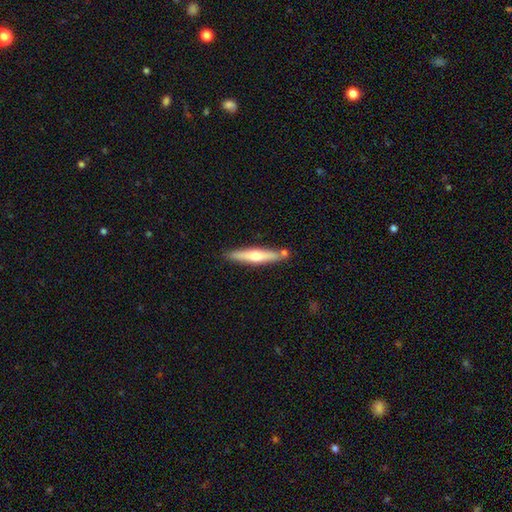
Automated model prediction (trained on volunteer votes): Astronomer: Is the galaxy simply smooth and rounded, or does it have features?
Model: featured or disk — 48% (runner-up: smooth, 47%).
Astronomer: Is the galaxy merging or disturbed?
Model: none — 80%.